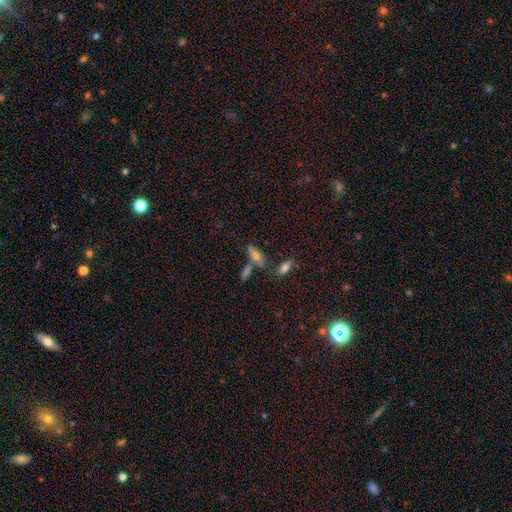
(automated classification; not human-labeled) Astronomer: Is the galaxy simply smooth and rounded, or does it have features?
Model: smooth — 59%.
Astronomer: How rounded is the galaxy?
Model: in between — 55% (runner-up: cigar-shaped, 41%).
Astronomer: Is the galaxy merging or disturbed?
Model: none — 57%.